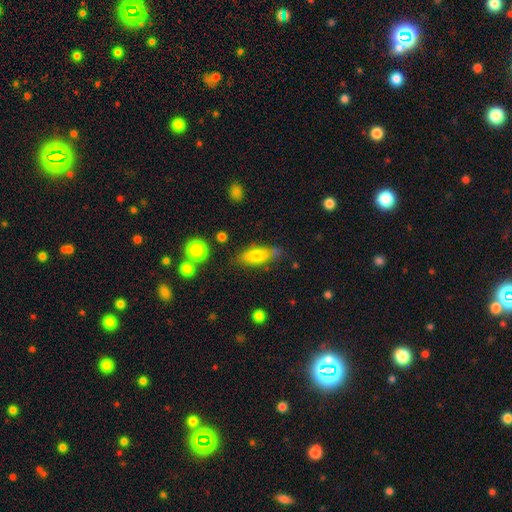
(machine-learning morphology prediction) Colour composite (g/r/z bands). It shows a smooth galaxy with no disk features (74%) that is in between round and cigar-shaped (78%). Merging: none (69%).